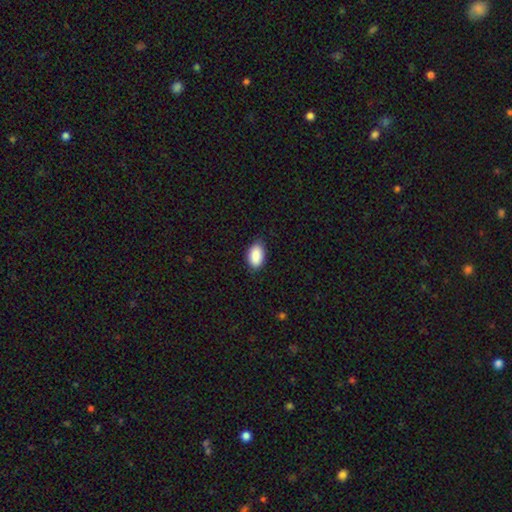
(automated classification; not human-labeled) Smooth or featured? Predicted: smooth (p=0.90). How rounded? Predicted: in between (p=0.93). Merging? Predicted: none (p=0.82).